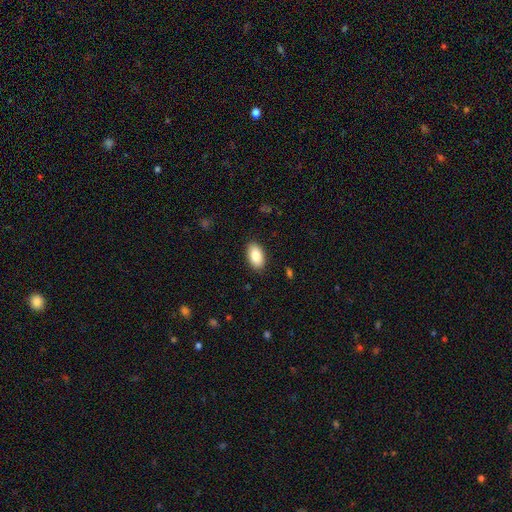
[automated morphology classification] The model was most divided on "smooth or featured": smooth: 86%, featured or disk: 7%, star or artifact: 7%. More confident: how rounded — in between (94%); merging — none (89%).